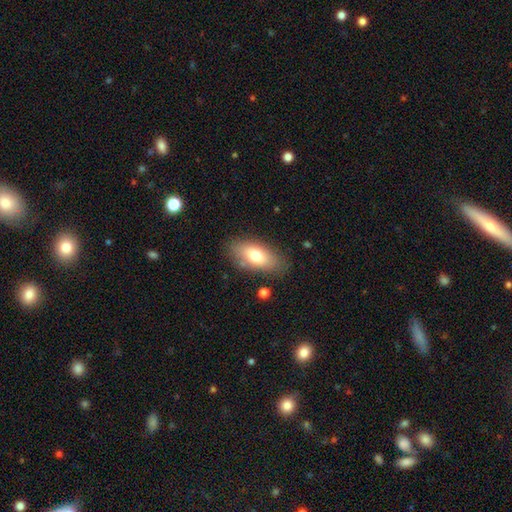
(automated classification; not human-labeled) A smooth galaxy with no disk features (74%) that is in between round and cigar-shaped (87%). Merging: none (80%).